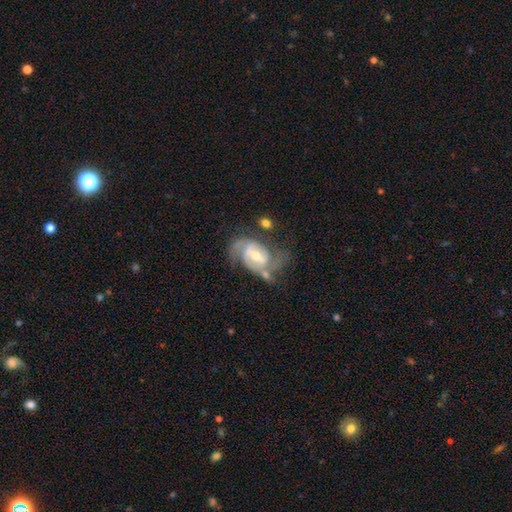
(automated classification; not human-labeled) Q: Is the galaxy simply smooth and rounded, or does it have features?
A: featured or disk — 83%.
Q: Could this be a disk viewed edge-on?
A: no — 97%.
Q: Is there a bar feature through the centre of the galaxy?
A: weak — 50%.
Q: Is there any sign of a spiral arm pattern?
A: yes — 92%.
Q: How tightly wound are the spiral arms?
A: medium — 48%.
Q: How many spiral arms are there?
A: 2 — 72%.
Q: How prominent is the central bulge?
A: moderate — 59%.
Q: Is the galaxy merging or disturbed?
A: none — 42%.